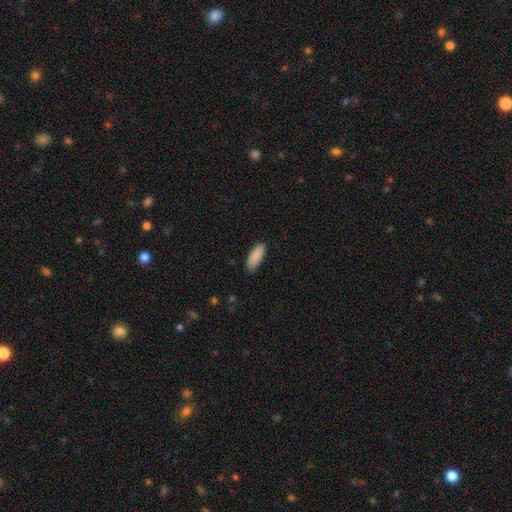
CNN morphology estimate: A smooth galaxy with no disk features (90%) that is in between round and cigar-shaped (78%). Merging: none (82%).